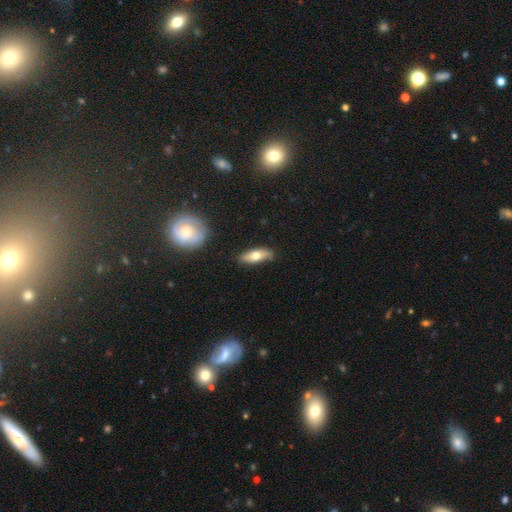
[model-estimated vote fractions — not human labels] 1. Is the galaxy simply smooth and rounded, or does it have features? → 65% smooth, 28% featured or disk, 6% star or artifact.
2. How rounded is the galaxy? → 63% in between, 33% cigar-shaped, 3% round.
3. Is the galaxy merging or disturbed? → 82% none, 14% minor disturbance, 2% major disturbance, 2% merger.